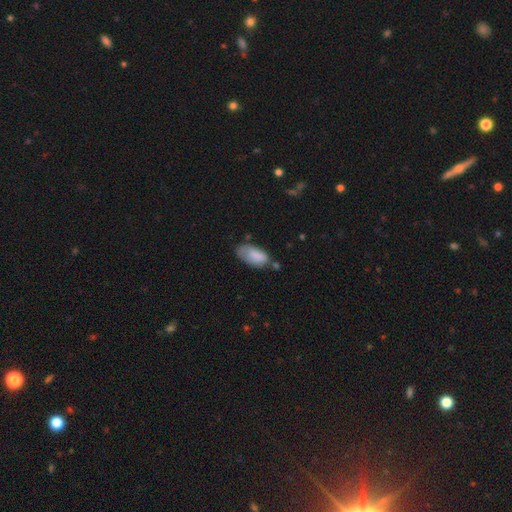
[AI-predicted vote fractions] Smooth or featured: smooth — 80% (featured or disk — 13%)
How rounded: in between — 91% (cigar-shaped — 7%)
Merging: none — 45% (minor disturbance — 34%)